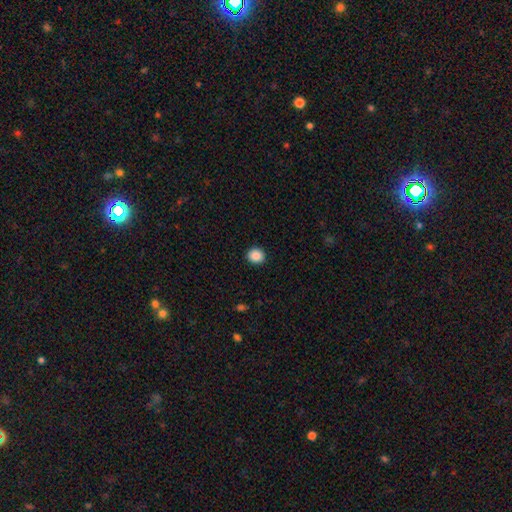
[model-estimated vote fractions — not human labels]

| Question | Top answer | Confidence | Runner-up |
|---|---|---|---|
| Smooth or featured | smooth | 88% | star or artifact (9%) |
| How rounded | round | 84% | in between (15%) |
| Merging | none | 92% | minor disturbance (5%) |